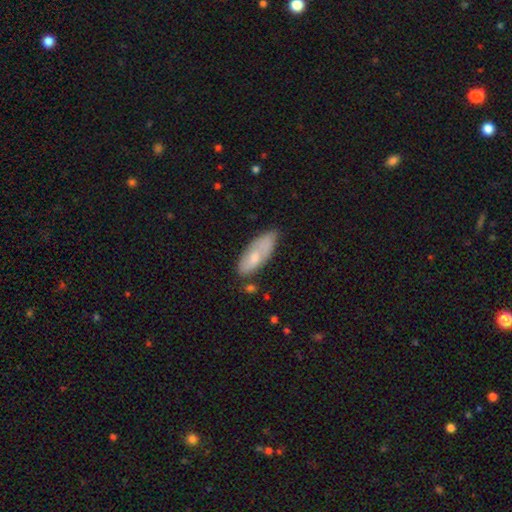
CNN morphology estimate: A smooth galaxy with no disk features (68%) that is in between round and cigar-shaped (72%).

Vote fractions:
- Smooth or featured? smooth: 68% / featured or disk: 26% / star or artifact: 7%
- How rounded? in between: 72% / cigar-shaped: 26% / round: 2%
- Merging? none: 61% / minor disturbance: 29% / major disturbance: 6% / merger: 5%